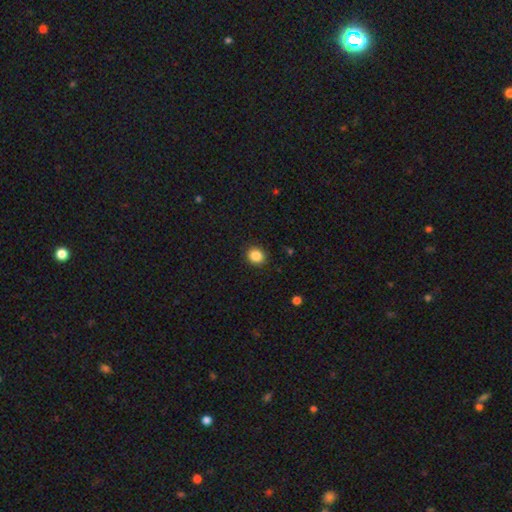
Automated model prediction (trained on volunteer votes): Smooth or featured?
  - smooth: 86% *
  - star or artifact: 10%
  - featured or disk: 3%
How rounded?
  - round: 80% *
  - in between: 19%
  - cigar-shaped: 1%
Merging?
  - none: 90% *
  - minor disturbance: 7%
  - major disturbance: 2%
  - merger: 1%